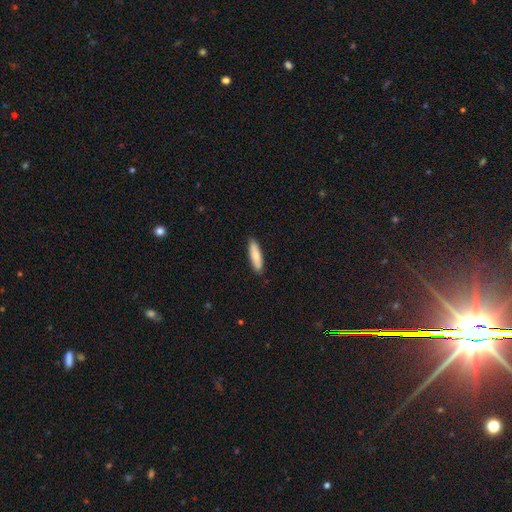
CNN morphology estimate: A smooth galaxy with no disk features (74%) that is cigar-shaped (60%).

Vote fractions:
- Smooth or featured? smooth: 74% / featured or disk: 21% / star or artifact: 6%
- How rounded? cigar-shaped: 60% / in between: 38% / round: 2%
- Merging? none: 88% / minor disturbance: 9% / major disturbance: 2% / merger: 1%